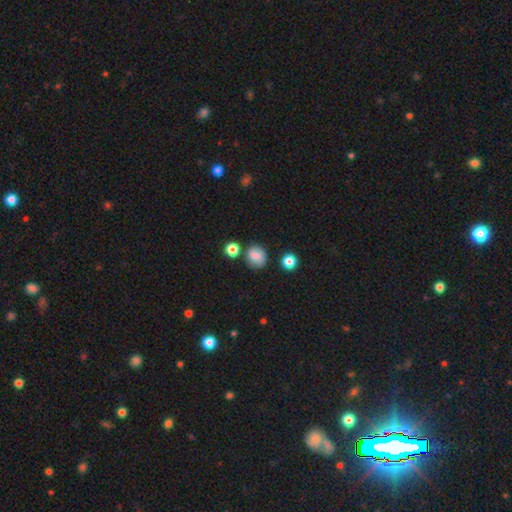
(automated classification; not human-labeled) Smooth or featured? Predicted: smooth (p=0.78). How rounded? Predicted: round (p=0.75). Merging? Predicted: none (p=0.74).